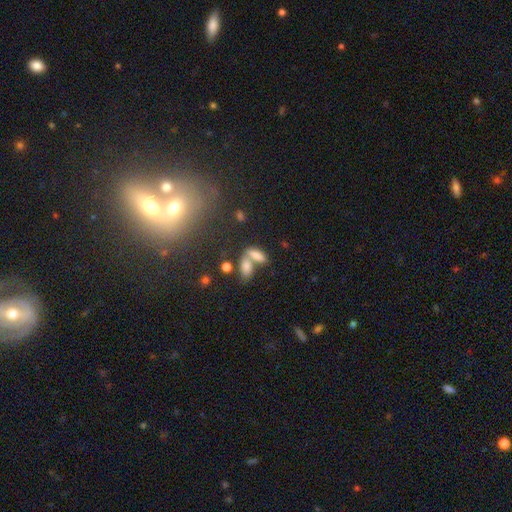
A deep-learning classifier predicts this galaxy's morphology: This appears to be a smooth galaxy with no disk features (75%) that is in between round and cigar-shaped (74%). Merging: merger (52%).